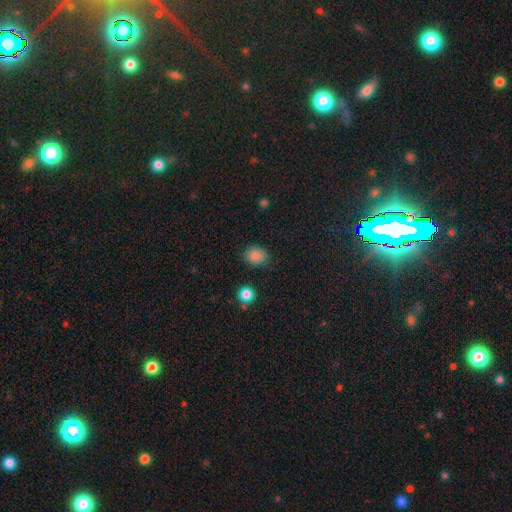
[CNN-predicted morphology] A smooth galaxy with no disk features (86%) that is round (61%).

Vote fractions:
- Smooth or featured? smooth: 86% / star or artifact: 10% / featured or disk: 4%
- How rounded? round: 61% / in between: 38% / cigar-shaped: 1%
- Merging? none: 82% / minor disturbance: 13% / major disturbance: 3% / merger: 2%